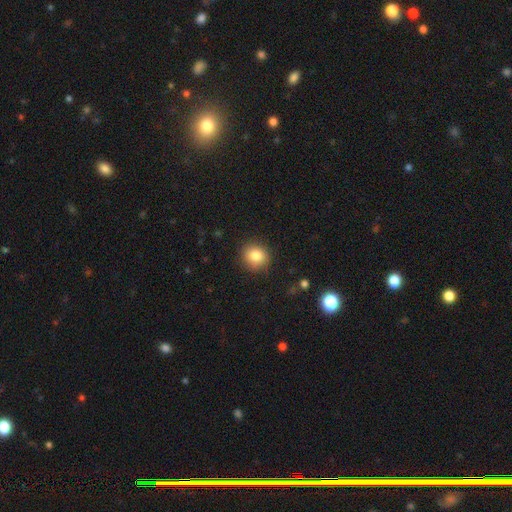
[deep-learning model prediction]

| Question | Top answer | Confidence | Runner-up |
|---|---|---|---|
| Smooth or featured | smooth | 84% | star or artifact (10%) |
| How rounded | round | 83% | in between (16%) |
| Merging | none | 86% | minor disturbance (10%) |